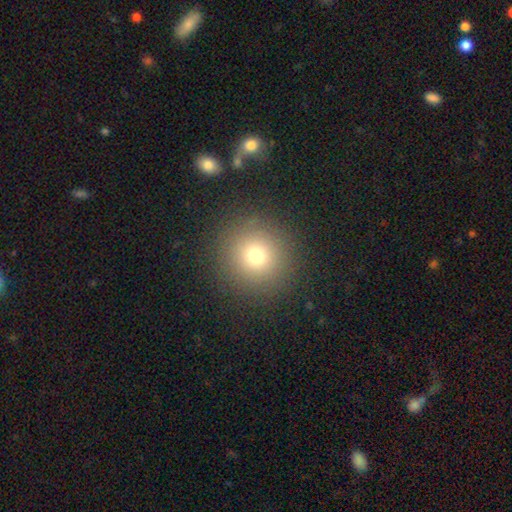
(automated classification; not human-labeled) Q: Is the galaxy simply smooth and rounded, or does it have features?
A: smooth — 74%.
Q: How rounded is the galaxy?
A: round — 95%.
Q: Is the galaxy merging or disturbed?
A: none — 90%.